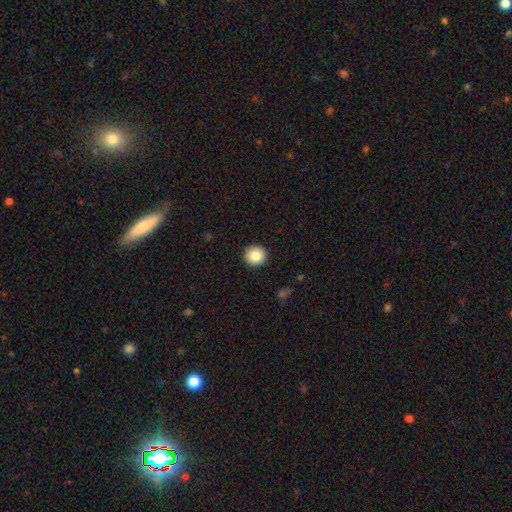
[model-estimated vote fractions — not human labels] Q: Smooth or featured?
A: smooth (85%); runner-up: star or artifact (9%)
Q: How rounded?
A: round (94%); runner-up: in between (5%)
Q: Merging?
A: none (93%); runner-up: minor disturbance (5%)